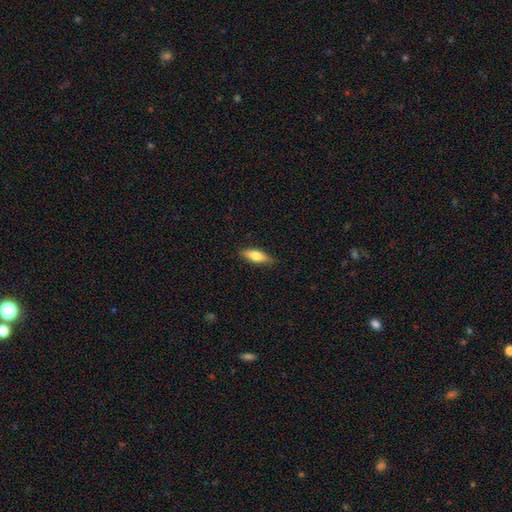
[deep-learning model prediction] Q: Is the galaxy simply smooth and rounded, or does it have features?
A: smooth — 70%.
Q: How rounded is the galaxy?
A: in between — 59%.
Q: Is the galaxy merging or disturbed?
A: none — 86%.